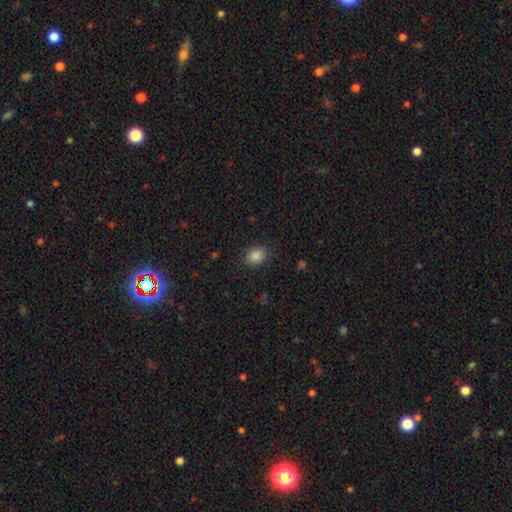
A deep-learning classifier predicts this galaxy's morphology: smooth_or_featured: smooth (p=0.87) [alt: star or artifact p=0.10]
how_rounded: in between (p=0.58) [alt: round p=0.41]
merging: none (p=0.87) [alt: minor disturbance p=0.09]